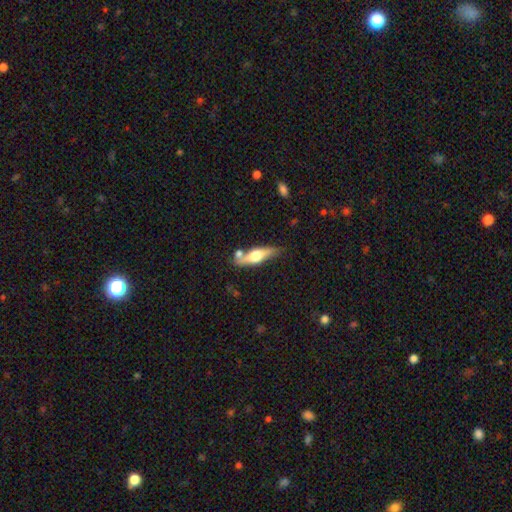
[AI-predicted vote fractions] A featured or disk galaxy (56%) viewed edge-on (90%). Merging: none (71%).